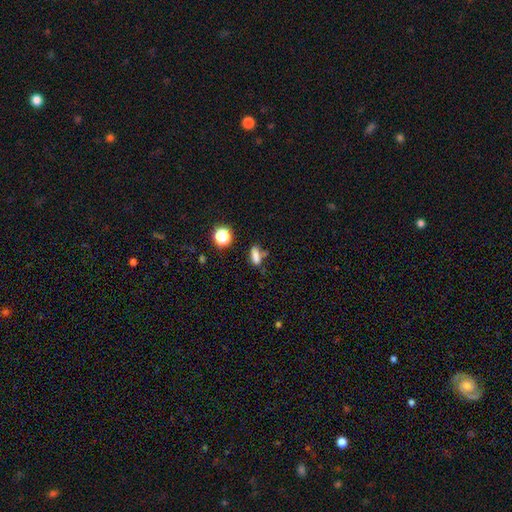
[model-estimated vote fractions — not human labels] Smooth or featured? smooth (75%)
How rounded? in between (58%)
Merging? none (60%)